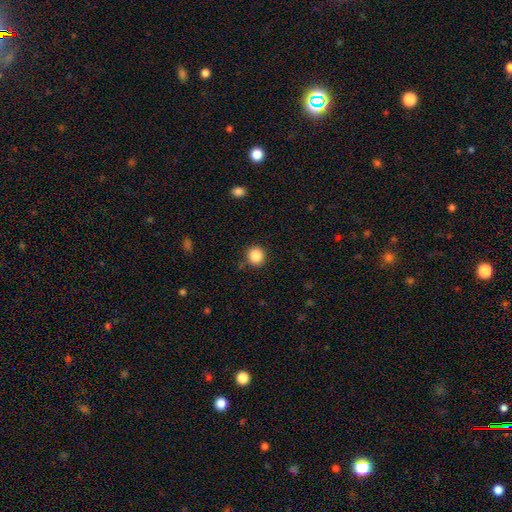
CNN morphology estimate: Smooth or featured? smooth (86%)
How rounded? round (91%)
Merging? none (88%)